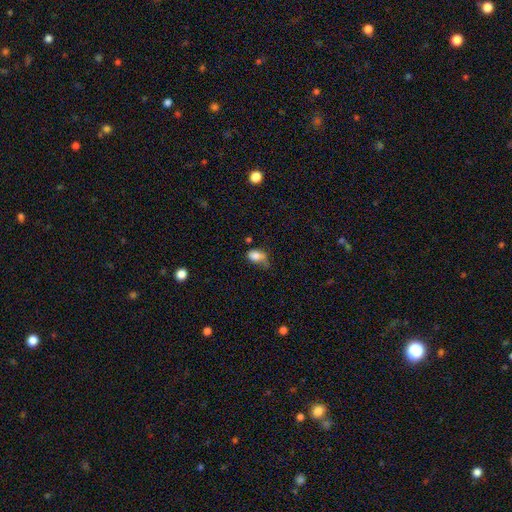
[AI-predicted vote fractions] Smooth or featured? Predicted: smooth (p=0.77). How rounded? Predicted: in between (p=0.78). Merging? Predicted: minor disturbance (p=0.35).